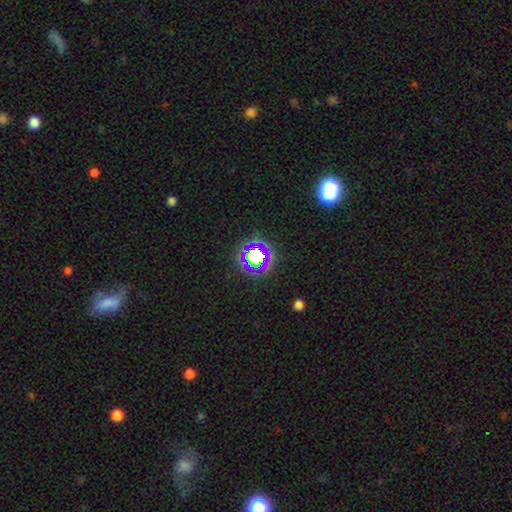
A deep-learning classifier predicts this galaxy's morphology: This is possibly a star or artifact rather than a galaxy (53%).